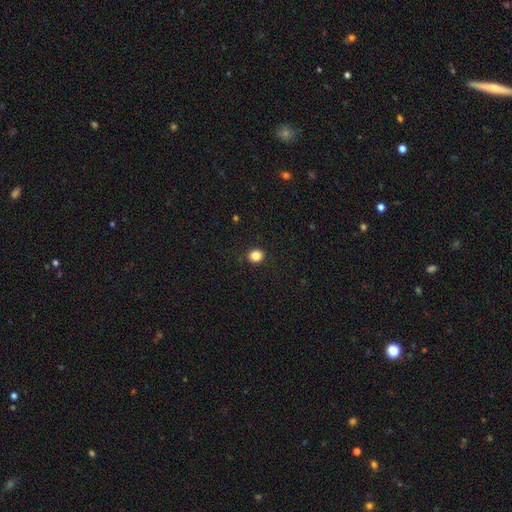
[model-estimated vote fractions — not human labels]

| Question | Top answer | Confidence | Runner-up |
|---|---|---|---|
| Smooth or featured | smooth | 85% | star or artifact (11%) |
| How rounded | round | 80% | in between (19%) |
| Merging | none | 91% | minor disturbance (6%) |